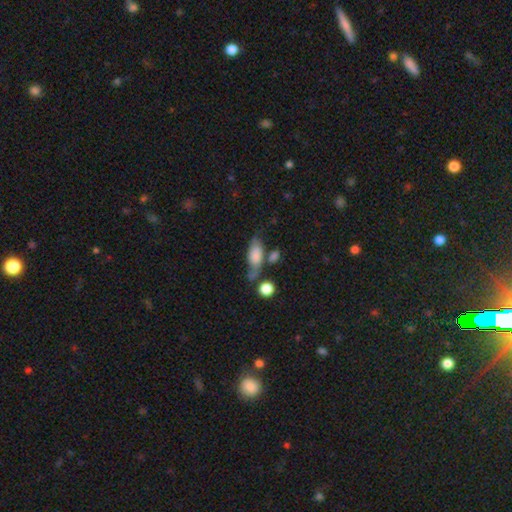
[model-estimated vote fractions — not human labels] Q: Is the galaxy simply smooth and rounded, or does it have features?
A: smooth — 70%.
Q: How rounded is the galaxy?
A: in between — 80%.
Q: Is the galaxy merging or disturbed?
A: none — 43%.